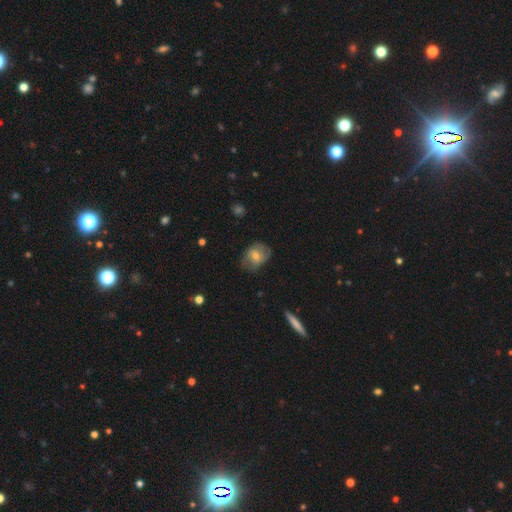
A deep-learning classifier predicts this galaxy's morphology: smooth 54%, featured or disk 38%, star or artifact 8%. Down the decision tree: how rounded — in between (60%); merging — none (60%).